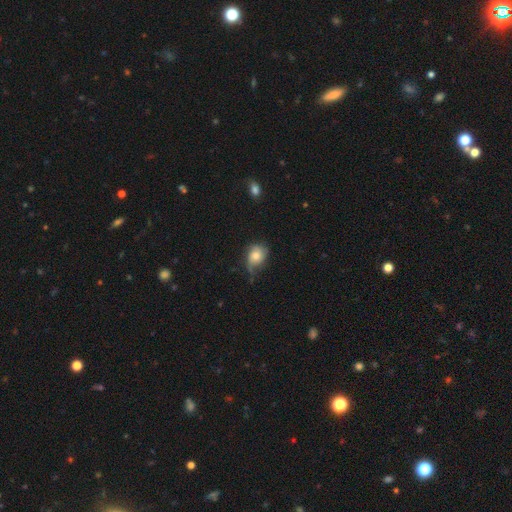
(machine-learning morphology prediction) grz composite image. It shows a smooth galaxy with no disk features (57%) that is in between round and cigar-shaped (55%). Merging: none (42%).